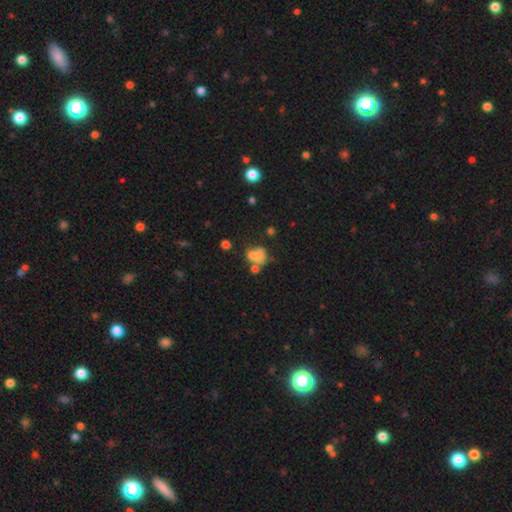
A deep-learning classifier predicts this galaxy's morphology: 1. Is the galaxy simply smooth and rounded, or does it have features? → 61% smooth, 23% featured or disk, 16% star or artifact.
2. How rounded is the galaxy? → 52% in between, 46% round, 2% cigar-shaped.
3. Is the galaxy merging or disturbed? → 38% merger, 28% none, 17% minor disturbance, 17% major disturbance.